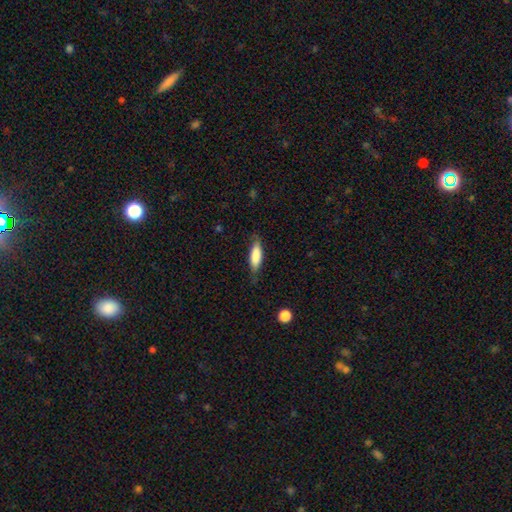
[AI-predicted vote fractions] Smooth or featured? smooth (78%)
How rounded? in between (51%)
Merging? none (74%)